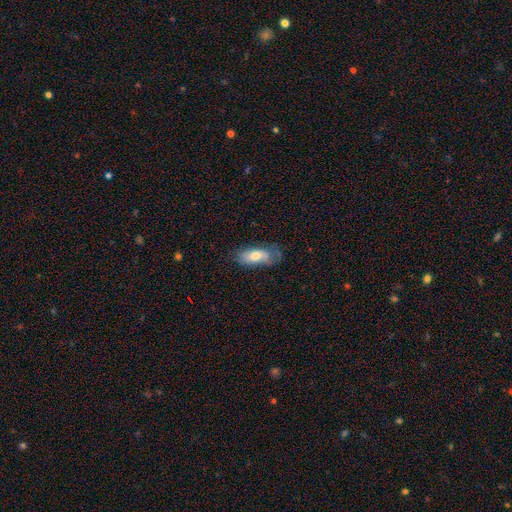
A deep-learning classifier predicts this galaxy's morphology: Smooth or featured?
  - smooth: 71% *
  - featured or disk: 22%
  - star or artifact: 7%
How rounded?
  - in between: 76% *
  - cigar-shaped: 22%
  - round: 3%
Merging?
  - none: 53% *
  - minor disturbance: 31%
  - major disturbance: 14%
  - merger: 2%